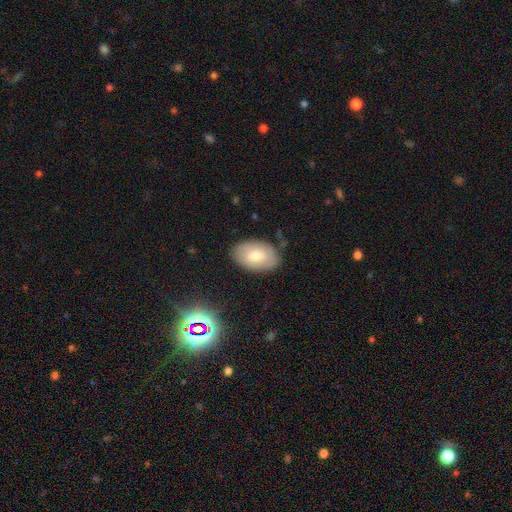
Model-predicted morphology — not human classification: This is likely a smooth galaxy (71%). How rounded: clearly in between (91%). Merging: clearly none (83%).